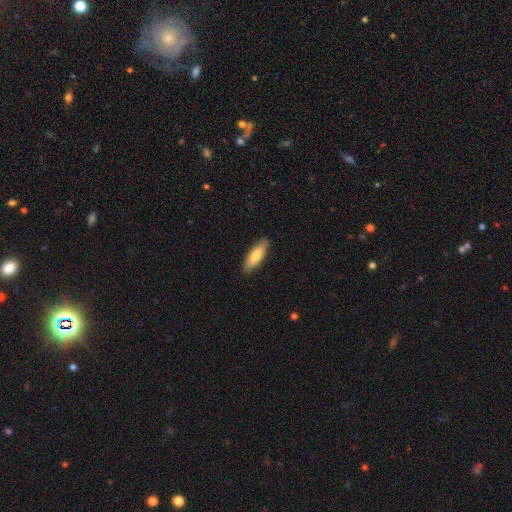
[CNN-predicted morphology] A smooth galaxy with no disk features (82%) that is in between round and cigar-shaped (57%). Merging: none (86%).